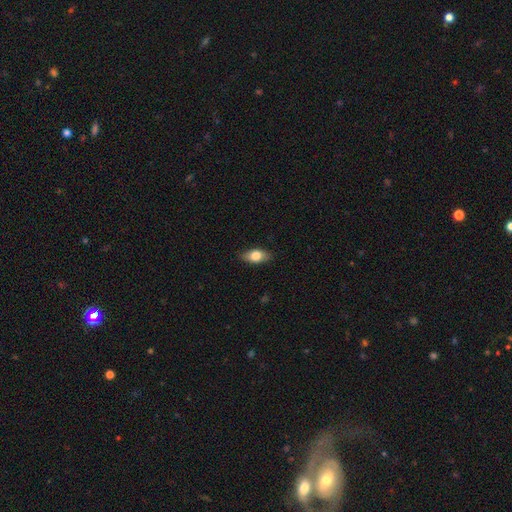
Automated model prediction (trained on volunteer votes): The model was most divided on "smooth or featured": smooth: 76%, featured or disk: 17%, star or artifact: 7%. More confident: how rounded — in between (86%); merging — none (86%).